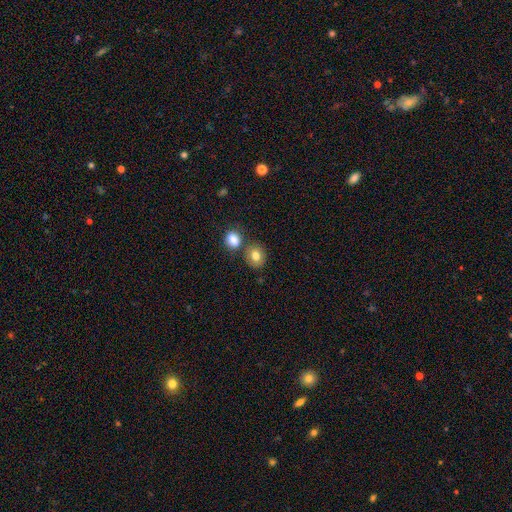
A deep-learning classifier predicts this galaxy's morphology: A smooth galaxy with no disk features (79%) that is round (68%). Merging: none (66%).